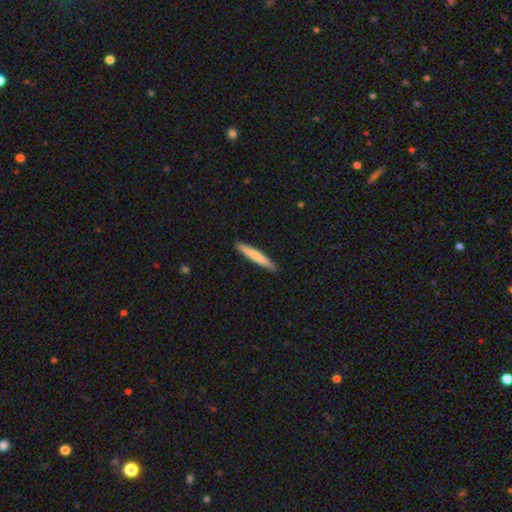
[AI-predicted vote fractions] A smooth galaxy with no disk features (71%) that is cigar-shaped (95%). Merging: none (90%).